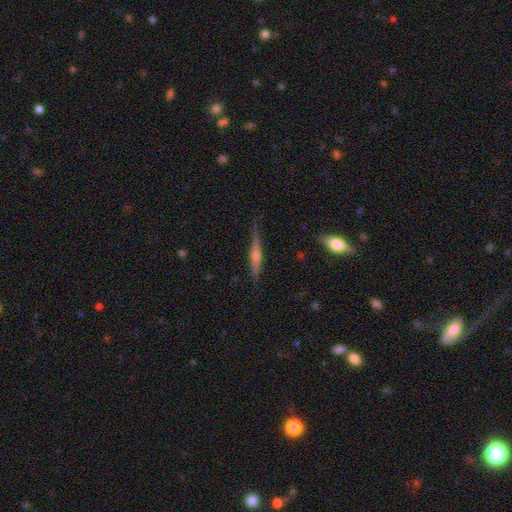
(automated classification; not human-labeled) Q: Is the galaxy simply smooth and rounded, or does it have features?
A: featured or disk — 67%.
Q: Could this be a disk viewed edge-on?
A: yes — 97%.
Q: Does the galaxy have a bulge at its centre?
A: rounded — 79%.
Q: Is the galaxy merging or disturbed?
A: none — 82%.